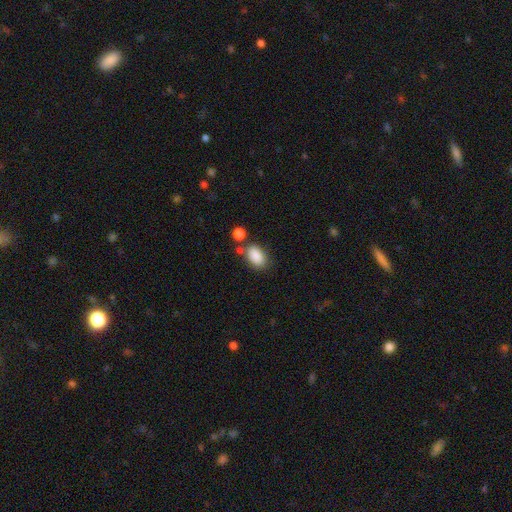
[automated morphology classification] The model was most divided on "merging": none: 63%, minor disturbance: 17%, merger: 16%, major disturbance: 5%. More confident: how rounded — in between (90%); smooth or featured — smooth (87%).